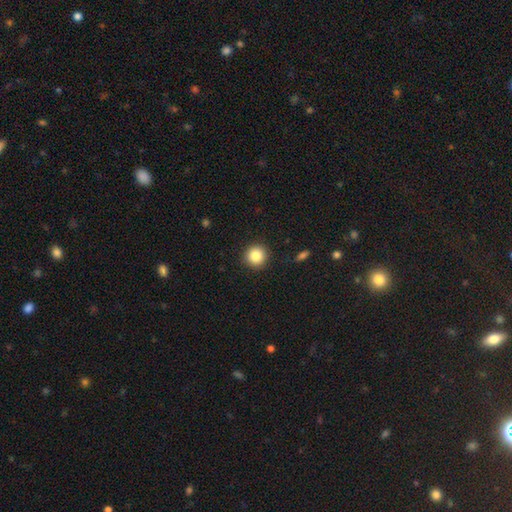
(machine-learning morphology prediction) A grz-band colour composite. It shows a smooth galaxy with no disk features (85%) that is round (94%). Merging: none (91%).